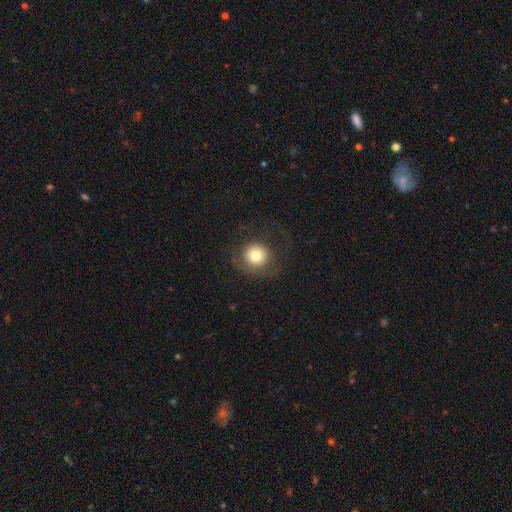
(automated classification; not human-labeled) smooth_or_featured: smooth (p=0.73) [alt: featured or disk p=0.17]
how_rounded: round (p=0.91) [alt: in between p=0.08]
merging: none (p=0.68) [alt: major disturbance p=0.16]